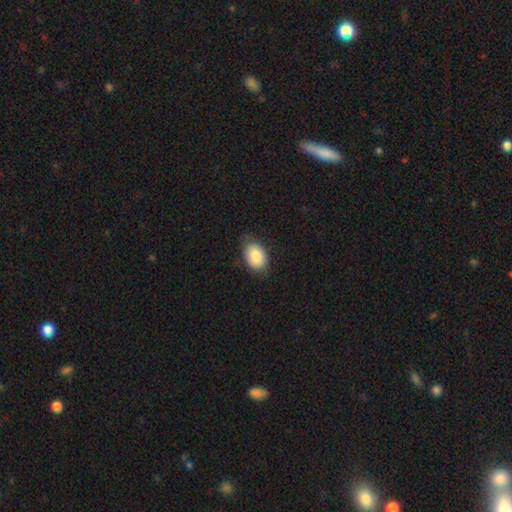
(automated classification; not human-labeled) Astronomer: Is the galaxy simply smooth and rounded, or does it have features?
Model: smooth — 84%.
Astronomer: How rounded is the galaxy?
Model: in between — 84%.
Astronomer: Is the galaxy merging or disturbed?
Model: none — 75%.